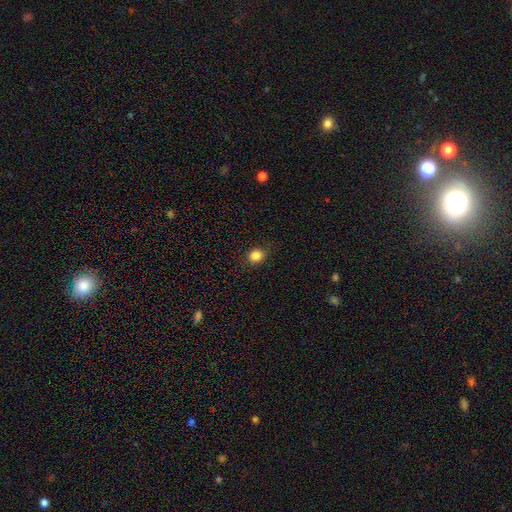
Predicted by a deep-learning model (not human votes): A smooth galaxy with no disk features (85%) that is round (71%).

Vote fractions:
- Smooth or featured? smooth: 85% / star or artifact: 11% / featured or disk: 4%
- How rounded? round: 71% / in between: 28% / cigar-shaped: 1%
- Merging? none: 84% / minor disturbance: 12% / major disturbance: 3% / merger: 1%